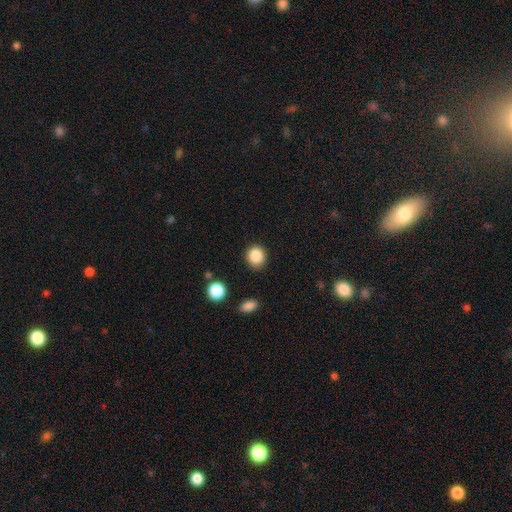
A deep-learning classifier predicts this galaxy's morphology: This appears to be a smooth galaxy with no disk features (86%) that is round (82%). Merging: none (88%).